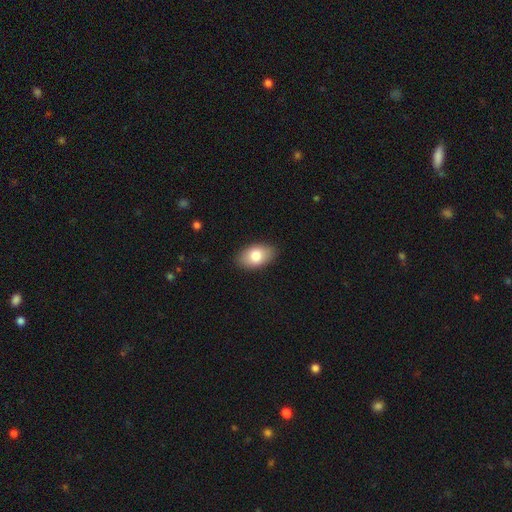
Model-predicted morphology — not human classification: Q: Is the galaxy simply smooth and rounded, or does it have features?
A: smooth — 80%.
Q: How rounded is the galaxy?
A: in between — 92%.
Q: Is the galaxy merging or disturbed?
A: none — 88%.